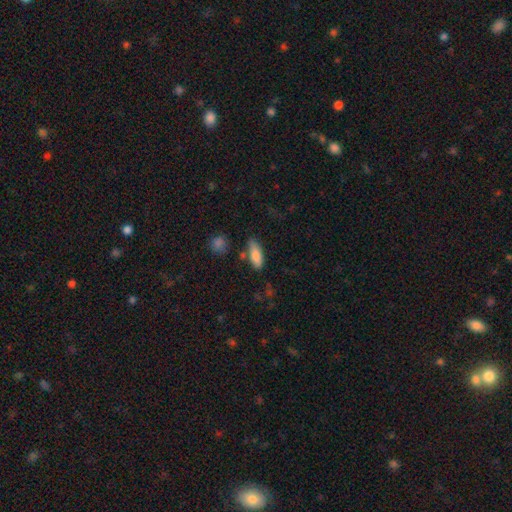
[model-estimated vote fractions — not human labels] smooth 83%, featured or disk 10%, star or artifact 7%. Down the decision tree: how rounded — in between (71%); merging — none (66%).